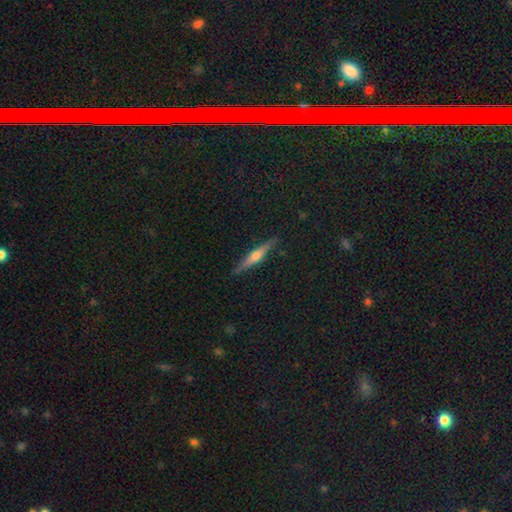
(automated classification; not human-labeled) A featured or disk galaxy (64%) viewed edge-on (97%) with a rounded central bulge (80%).

Vote fractions:
- Smooth or featured? featured or disk: 64% / smooth: 30% / star or artifact: 7%
- Edge-on disk? yes: 97% / no: 3%
- Edge-on bulge? rounded: 80% / boxy: 12% / none: 8%
- Merging? none: 88% / minor disturbance: 9% / major disturbance: 2% / merger: 1%